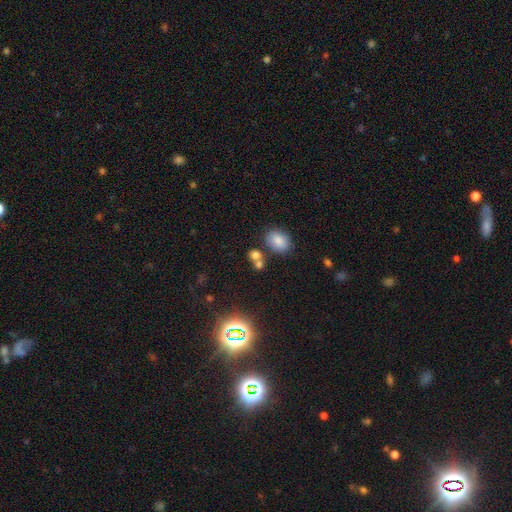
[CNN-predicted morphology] Smooth or featured?
  - smooth: 71% *
  - star or artifact: 19%
  - featured or disk: 10%
How rounded?
  - round: 57% *
  - in between: 41%
  - cigar-shaped: 2%
Merging?
  - none: 48% *
  - merger: 38%
  - minor disturbance: 10%
  - major disturbance: 4%